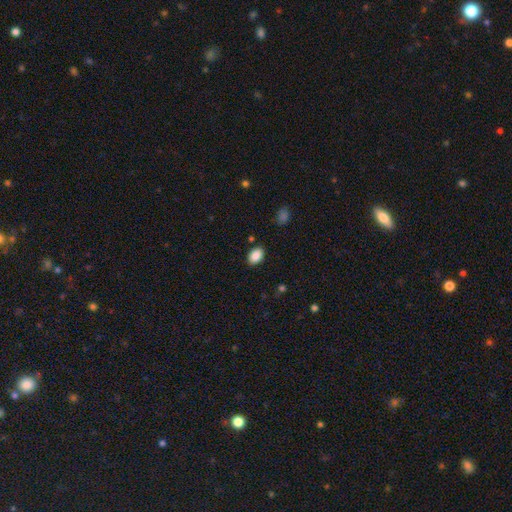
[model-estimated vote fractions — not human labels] A smooth galaxy with no disk features (89%) that is in between round and cigar-shaped (86%).

Vote fractions:
- Smooth or featured? smooth: 89% / star or artifact: 8% / featured or disk: 3%
- How rounded? in between: 86% / round: 13% / cigar-shaped: 1%
- Merging? none: 86% / minor disturbance: 10% / major disturbance: 2% / merger: 2%